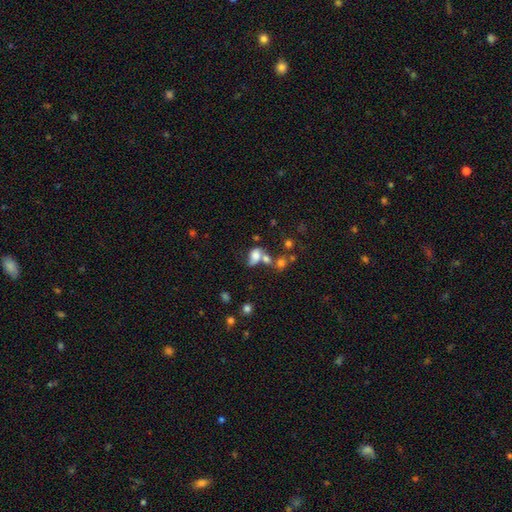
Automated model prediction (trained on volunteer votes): The model was most divided on "merging": merger: 39%, none: 25%, major disturbance: 18%, minor disturbance: 18%. More confident: how rounded — in between (79%); smooth or featured — smooth (66%).